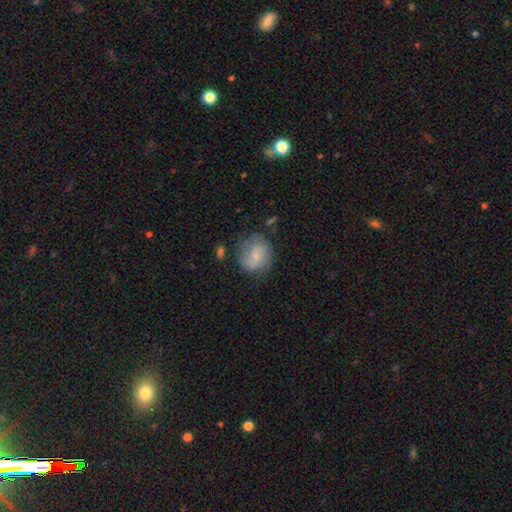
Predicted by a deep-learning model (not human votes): Smooth or featured? Predicted: smooth (p=0.61). How rounded? Predicted: round (p=0.73). Merging? Predicted: none (p=0.63).